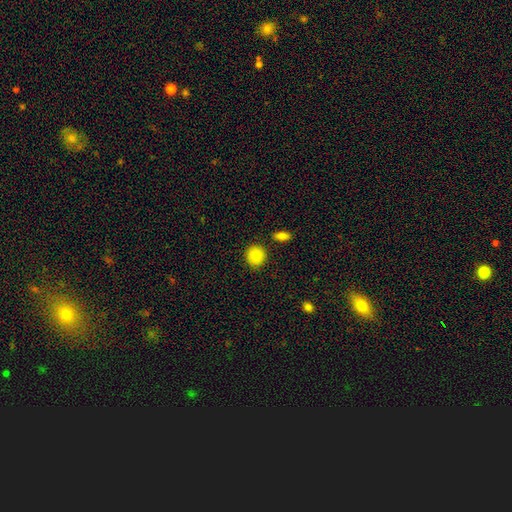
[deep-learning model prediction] Smooth or featured? Predicted: smooth (p=0.83). How rounded? Predicted: round (p=0.90). Merging? Predicted: none (p=0.88).